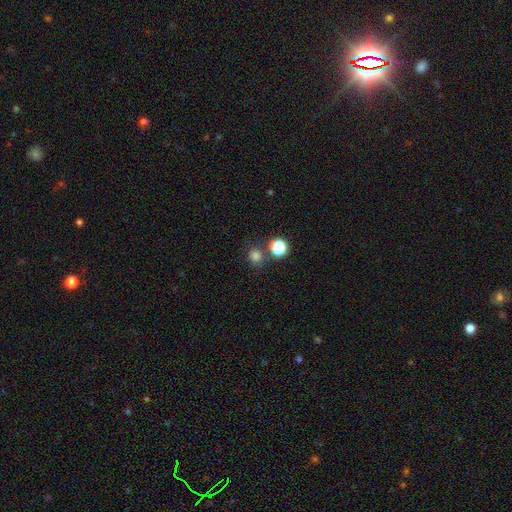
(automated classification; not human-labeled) This appears to be a smooth galaxy with no disk features (77%) that is round (84%). Merging: none (75%).